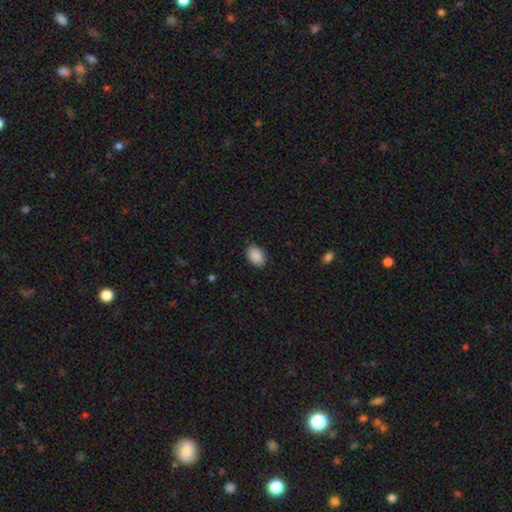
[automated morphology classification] Smooth or featured? Predicted: smooth (p=0.90). How rounded? Predicted: in between (p=0.86). Merging? Predicted: none (p=0.87).